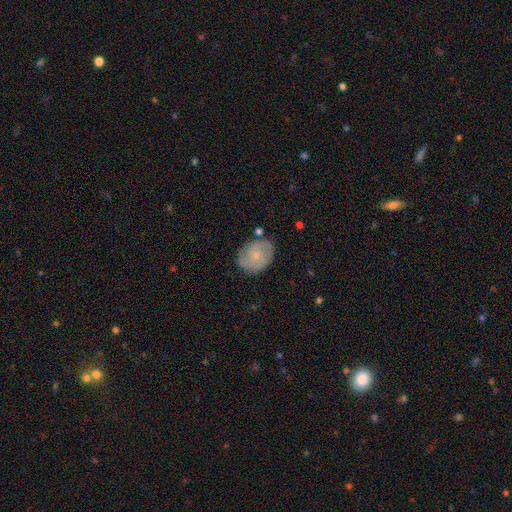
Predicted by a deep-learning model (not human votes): featured or disk 51%, smooth 41%, star or artifact 7%. Down the decision tree: edge-on disk — no (97%); merging — none (73%).